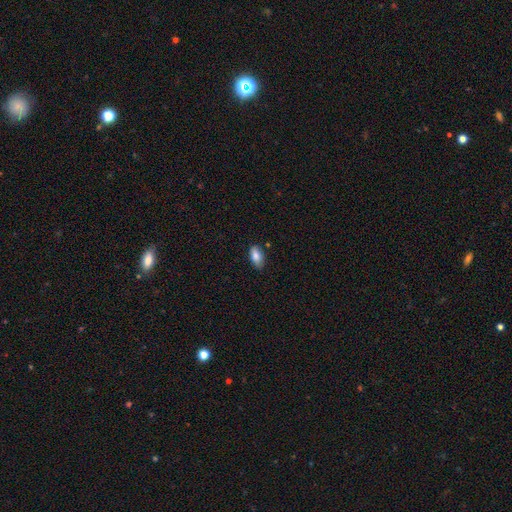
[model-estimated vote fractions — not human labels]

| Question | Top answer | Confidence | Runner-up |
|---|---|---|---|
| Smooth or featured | smooth | 82% | featured or disk (11%) |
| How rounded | in between | 90% | cigar-shaped (6%) |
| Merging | none | 79% | minor disturbance (17%) |